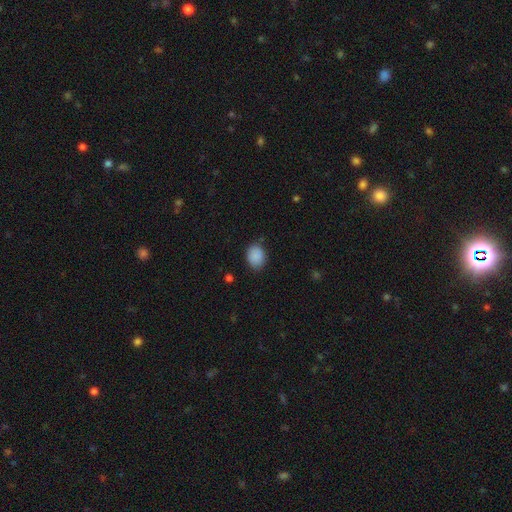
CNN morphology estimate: smooth 88%, star or artifact 8%, featured or disk 4%. Down the decision tree: how rounded — in between (59%); merging — none (78%).